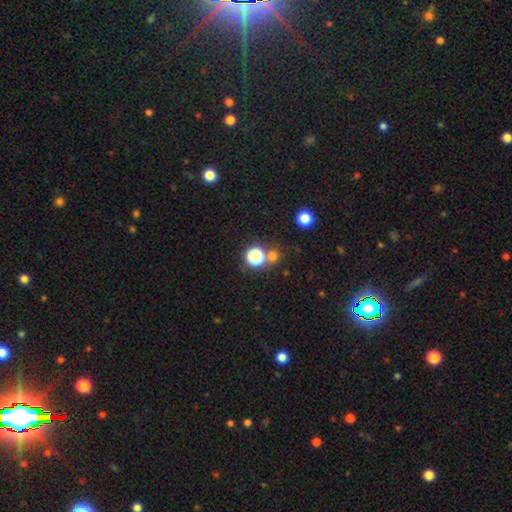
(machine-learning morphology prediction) A smooth galaxy with no disk features (59%) that is round (90%).

Vote fractions:
- Smooth or featured? smooth: 59% / star or artifact: 34% / featured or disk: 7%
- How rounded? round: 90% / in between: 9% / cigar-shaped: 1%
- Merging? none: 69% / merger: 20% / minor disturbance: 7% / major disturbance: 4%